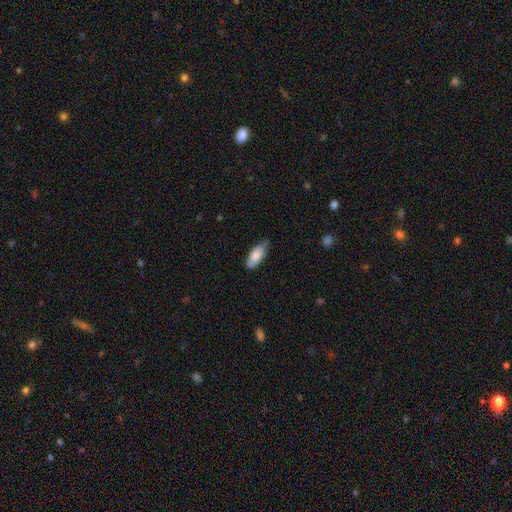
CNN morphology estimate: The model was most divided on "merging": none: 66%, minor disturbance: 29%, major disturbance: 4%, merger: 1%. More confident: how rounded — in between (81%); smooth or featured — smooth (81%).